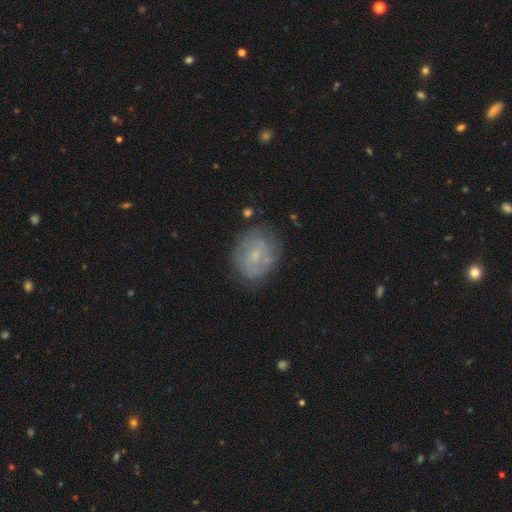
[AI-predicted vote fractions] Morphology: type=featured or disk (50%); edge-on=no (96%); merging=none (69%).